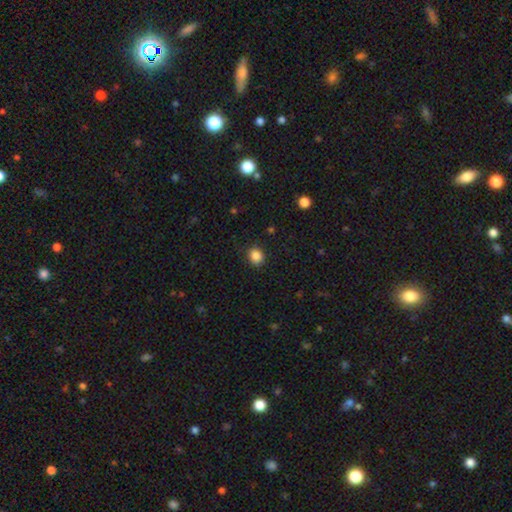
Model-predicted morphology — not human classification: type=smooth (86%); roundness=round (65%); merging=none (88%).